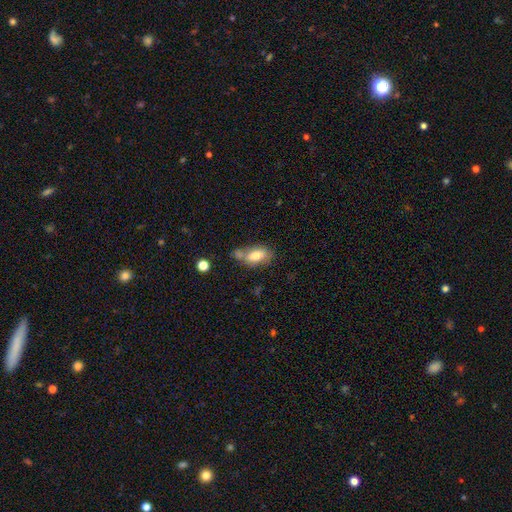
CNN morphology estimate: Q: Smooth or featured?
A: smooth (74%); runner-up: featured or disk (18%)
Q: How rounded?
A: in between (88%); runner-up: round (7%)
Q: Merging?
A: none (48%); runner-up: merger (25%)